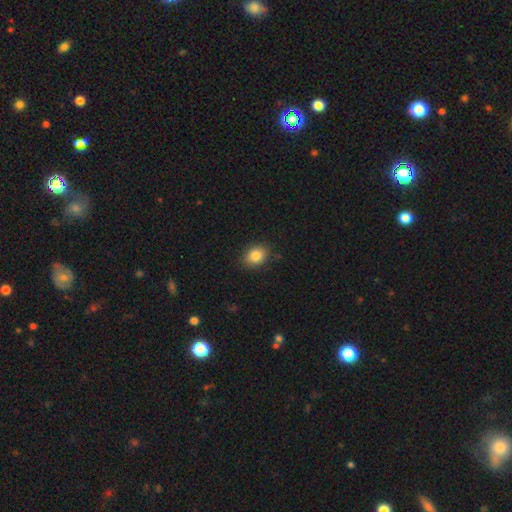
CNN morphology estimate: smooth_or_featured: smooth (p=0.85) [alt: star or artifact p=0.09]
how_rounded: in between (p=0.58) [alt: round p=0.41]
merging: none (p=0.87) [alt: minor disturbance p=0.10]